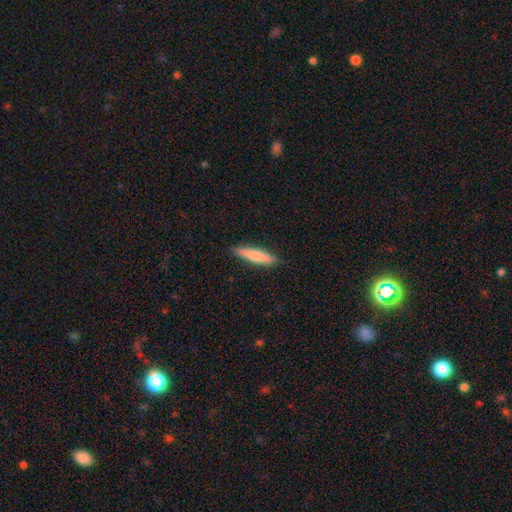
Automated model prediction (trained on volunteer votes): Morphology: type=smooth (77%); roundness=cigar-shaped (84%); merging=none (88%).